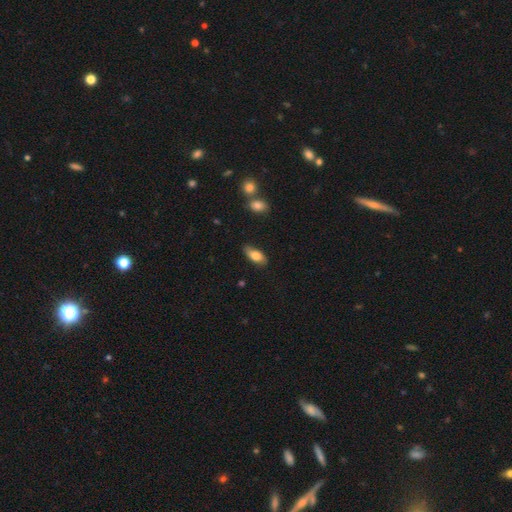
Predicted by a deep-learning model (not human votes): The model was most divided on "smooth or featured": smooth: 76%, featured or disk: 17%, star or artifact: 6%. More confident: how rounded — in between (84%); merging — none (77%).